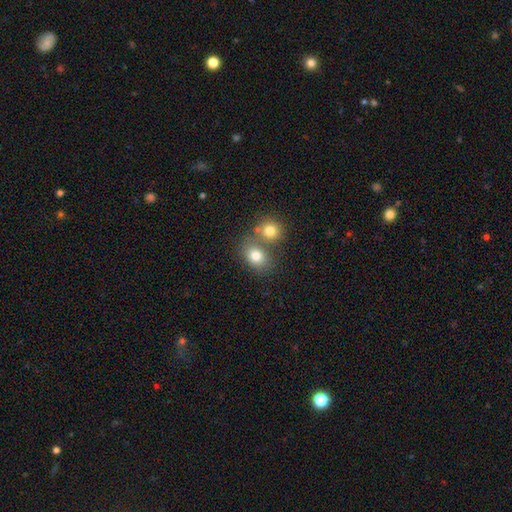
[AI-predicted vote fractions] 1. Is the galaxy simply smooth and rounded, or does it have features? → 79% smooth, 11% star or artifact, 10% featured or disk.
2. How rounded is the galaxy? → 52% round, 47% in between, 1% cigar-shaped.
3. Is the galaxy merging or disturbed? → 49% none, 38% merger, 9% minor disturbance, 4% major disturbance.